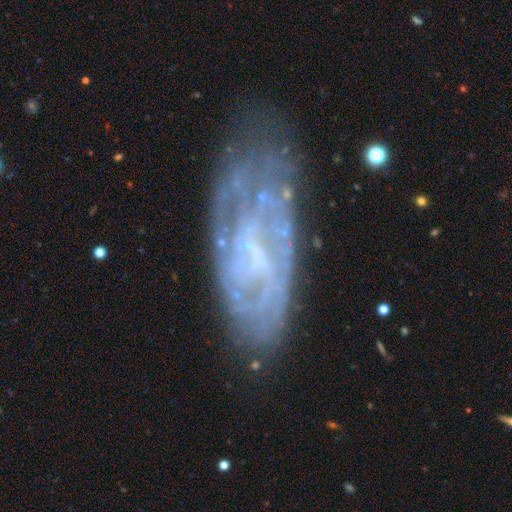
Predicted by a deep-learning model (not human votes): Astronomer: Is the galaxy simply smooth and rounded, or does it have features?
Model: featured or disk — 74%.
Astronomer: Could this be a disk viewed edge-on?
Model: no — 90%.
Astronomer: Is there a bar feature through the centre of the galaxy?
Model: no — 53% (runner-up: weak, 34%).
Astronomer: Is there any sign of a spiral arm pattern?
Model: yes — 66%.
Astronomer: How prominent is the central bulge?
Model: none — 51% (runner-up: small, 34%).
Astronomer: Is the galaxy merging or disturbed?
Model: none — 63%.